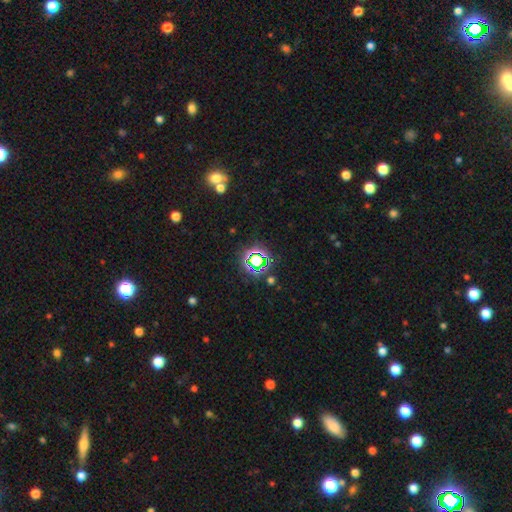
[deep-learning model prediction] Overall: star or artifact (67%).